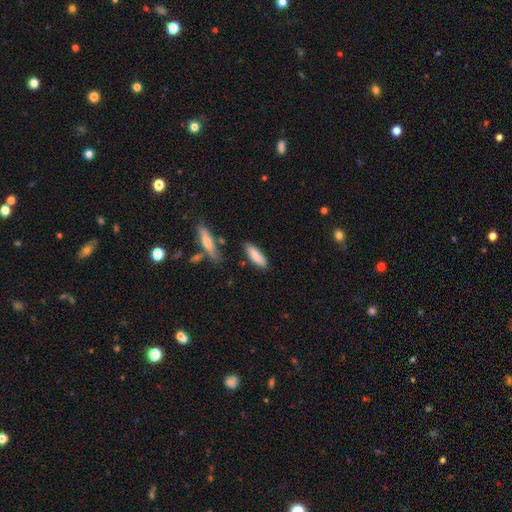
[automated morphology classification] This appears to be a smooth galaxy with no disk features (83%) that is in between round and cigar-shaped (52%). Merging: none (76%).